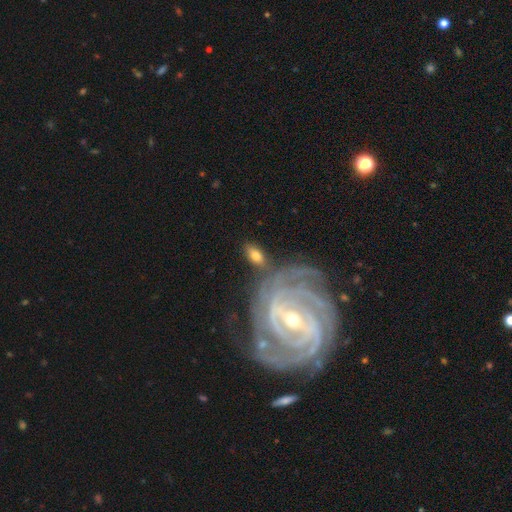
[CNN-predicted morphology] Smooth or featured?
  - smooth: 62% *
  - featured or disk: 31%
  - star or artifact: 7%
How rounded?
  - in between: 89% *
  - cigar-shaped: 6%
  - round: 5%
Merging?
  - none: 68% *
  - minor disturbance: 15%
  - merger: 10%
  - major disturbance: 7%